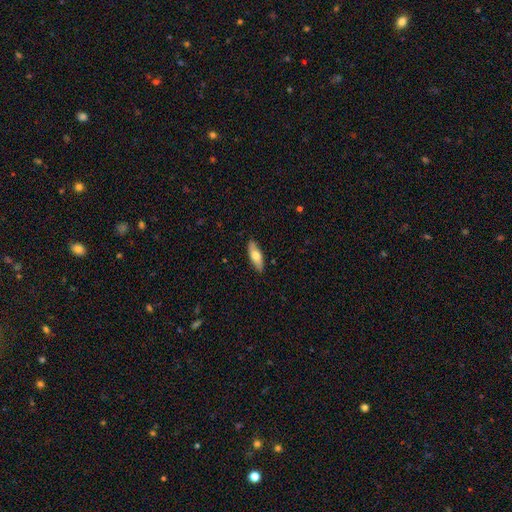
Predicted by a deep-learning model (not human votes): Overall: smooth (67%; featured or disk 27%). How rounded: in between (65%; cigar-shaped 33%). Merging: none (88%).